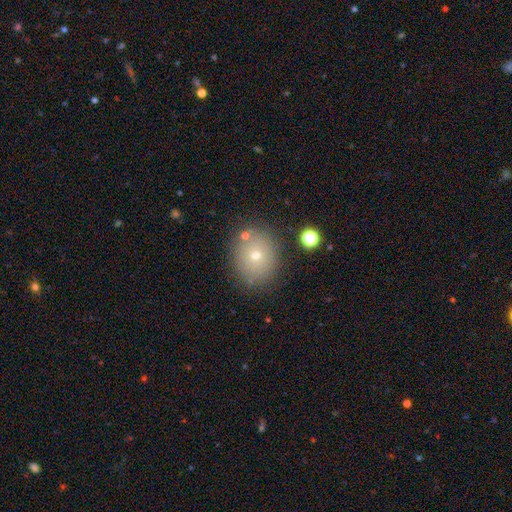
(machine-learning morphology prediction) Smooth or featured: smooth — 66% (featured or disk — 18%)
How rounded: round — 69% (in between — 30%)
Merging: none — 81% (minor disturbance — 10%)